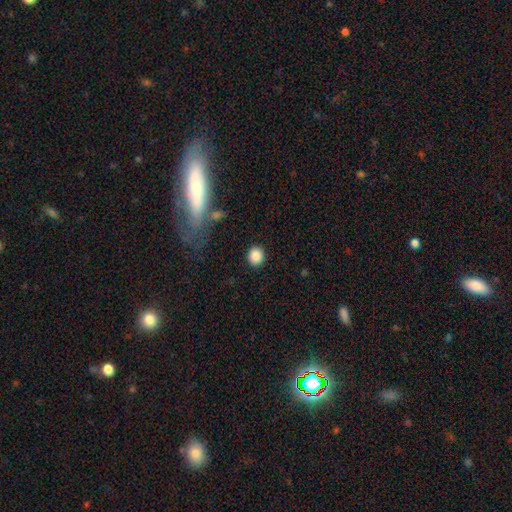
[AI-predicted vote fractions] Q: Smooth or featured?
A: smooth (87%); runner-up: star or artifact (9%)
Q: How rounded?
A: round (84%); runner-up: in between (15%)
Q: Merging?
A: none (90%); runner-up: minor disturbance (6%)